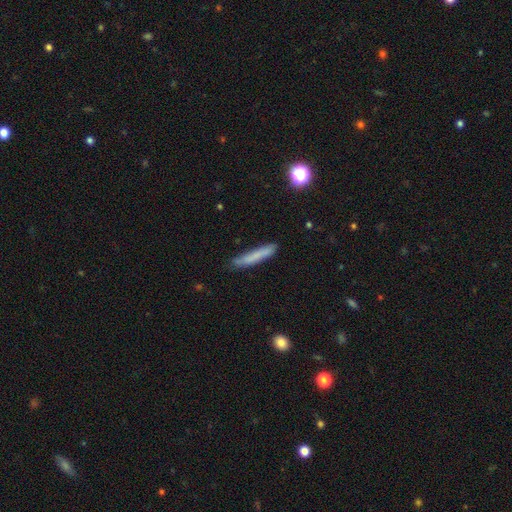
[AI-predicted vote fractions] Smooth or featured? smooth (71%)
How rounded? cigar-shaped (94%)
Merging? none (77%)